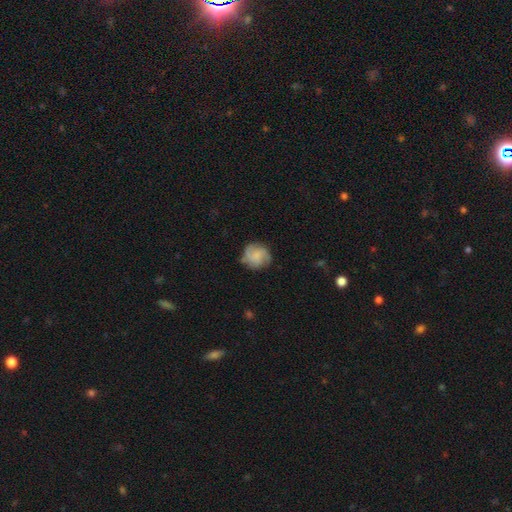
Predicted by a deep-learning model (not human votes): smooth-or-featured: featured or disk: 51% | smooth: 41% | star or artifact: 8%
  disk-edge-on: no: 98% | yes: 2%
  merging: none: 75% | minor disturbance: 17% | major disturbance: 6% | merger: 2%